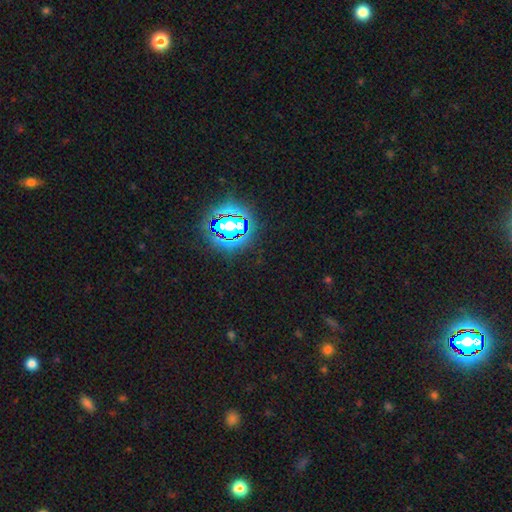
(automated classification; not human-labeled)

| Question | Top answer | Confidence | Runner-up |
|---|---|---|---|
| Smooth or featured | star or artifact | 79% | smooth (13%) |